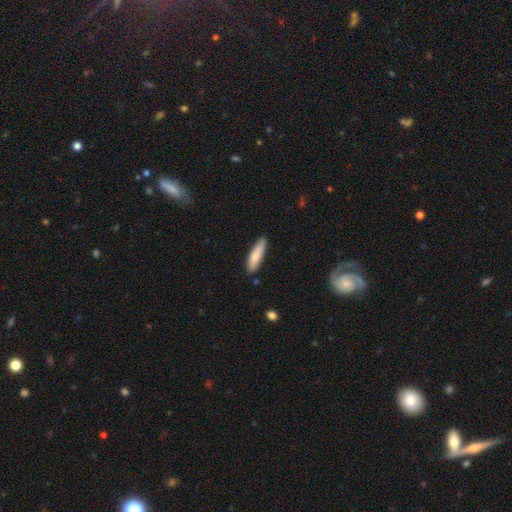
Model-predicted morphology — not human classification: Overall: smooth (81%). How rounded: cigar-shaped (70%). Merging: none (83%).